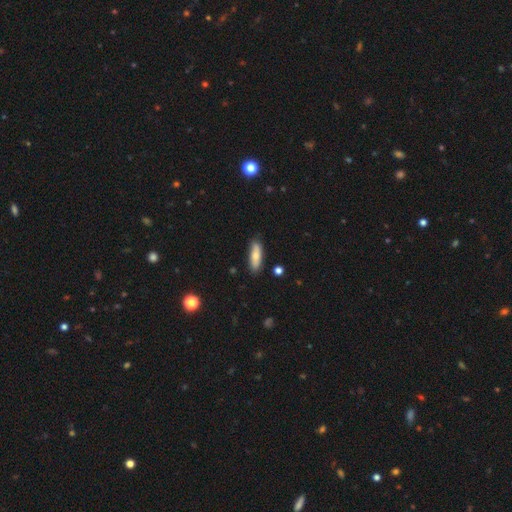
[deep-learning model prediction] A smooth galaxy with no disk features (71%) that is in between round and cigar-shaped (51%). Merging: none (83%).